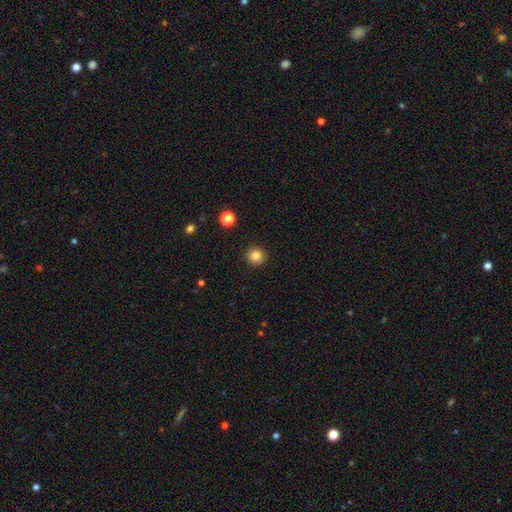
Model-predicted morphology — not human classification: Q: Smooth or featured?
A: smooth (84%); runner-up: star or artifact (12%)
Q: How rounded?
A: round (94%); runner-up: in between (5%)
Q: Merging?
A: none (92%); runner-up: minor disturbance (5%)